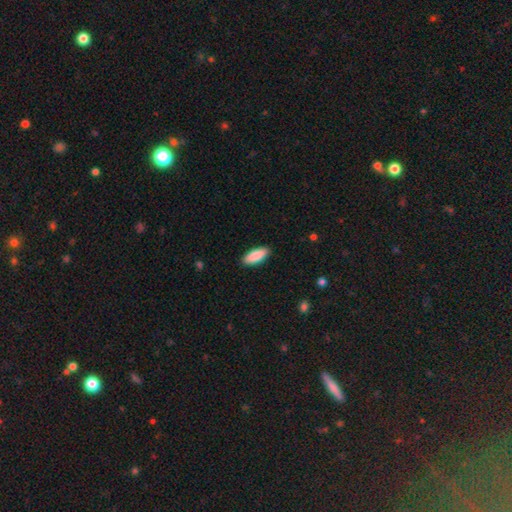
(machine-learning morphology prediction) This is clearly a smooth galaxy (90%). How rounded: likely in between (76%). Merging: clearly none (90%).